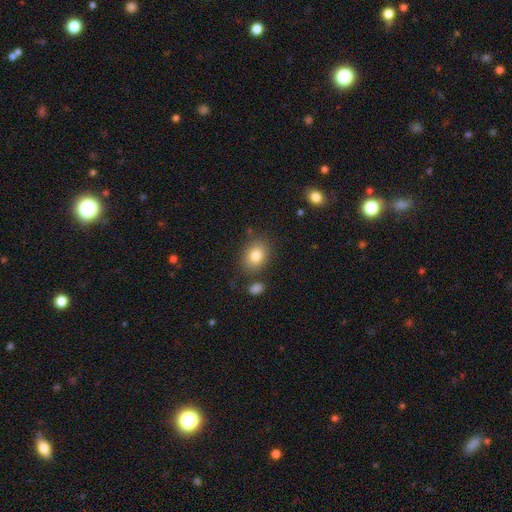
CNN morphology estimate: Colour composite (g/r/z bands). It shows a smooth galaxy with no disk features (82%) that is in between round and cigar-shaped (62%). Merging: none (78%).